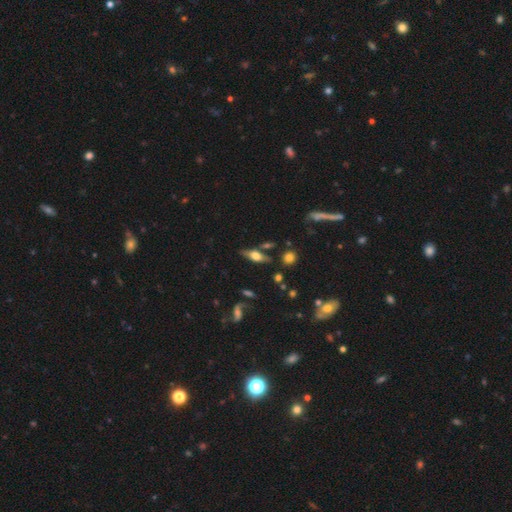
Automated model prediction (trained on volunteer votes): The model was most divided on "smooth or featured": featured or disk: 52%, smooth: 39%, star or artifact: 8%. More confident: edge-on disk — yes (87%); merging — none (73%).